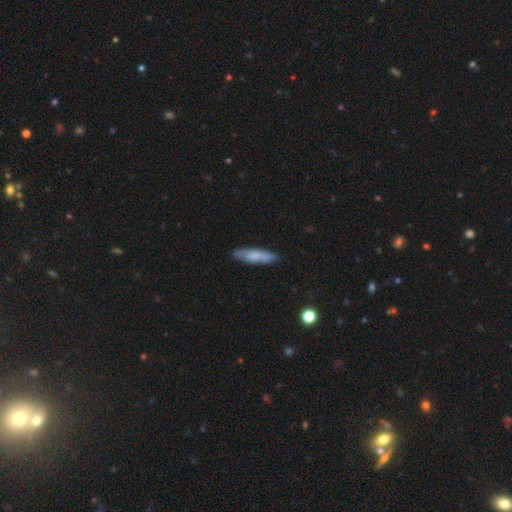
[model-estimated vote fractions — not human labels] This appears to be a smooth galaxy with no disk features (72%) that is cigar-shaped (74%). Merging: none (84%).